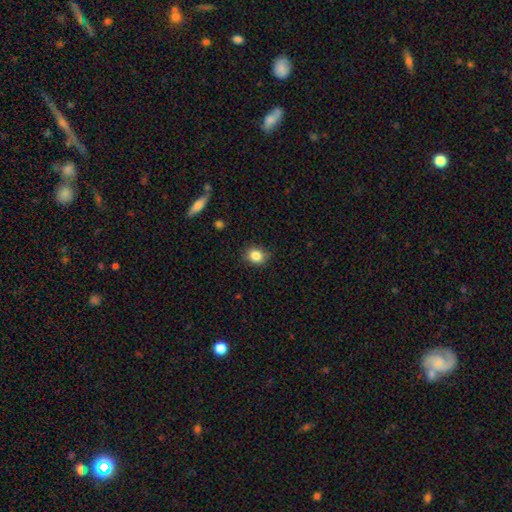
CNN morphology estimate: A smooth galaxy with no disk features (85%) that is round (63%).

Vote fractions:
- Smooth or featured? smooth: 85% / star or artifact: 10% / featured or disk: 5%
- How rounded? round: 63% / in between: 36% / cigar-shaped: 1%
- Merging? none: 83% / minor disturbance: 13% / major disturbance: 3% / merger: 1%